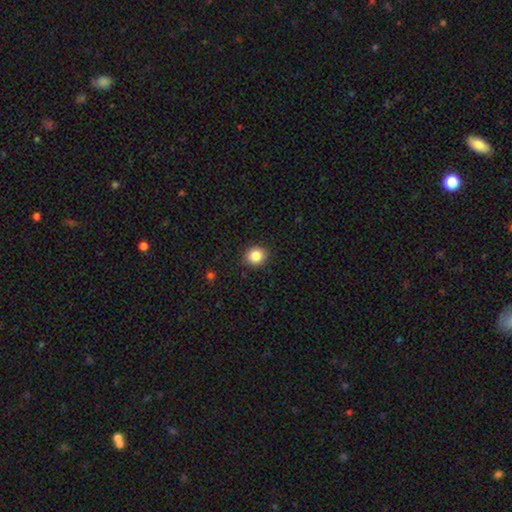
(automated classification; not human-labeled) Smooth or featured: smooth — 85% (star or artifact — 10%)
How rounded: round — 80% (in between — 19%)
Merging: none — 91% (minor disturbance — 7%)